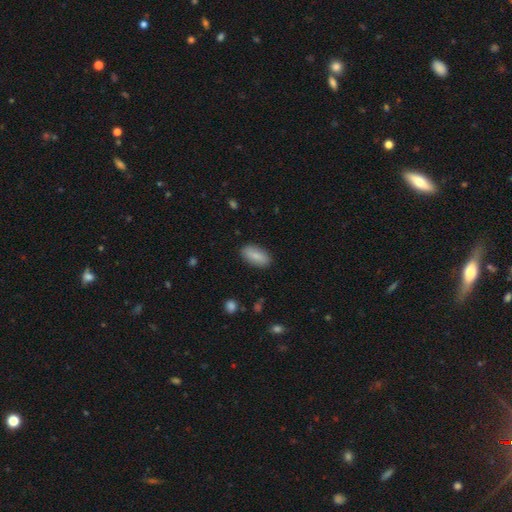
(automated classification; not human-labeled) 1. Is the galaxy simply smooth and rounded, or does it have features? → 83% smooth, 11% featured or disk, 6% star or artifact.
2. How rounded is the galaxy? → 90% in between, 7% cigar-shaped, 3% round.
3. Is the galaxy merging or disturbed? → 87% none, 10% minor disturbance, 2% major disturbance, 1% merger.